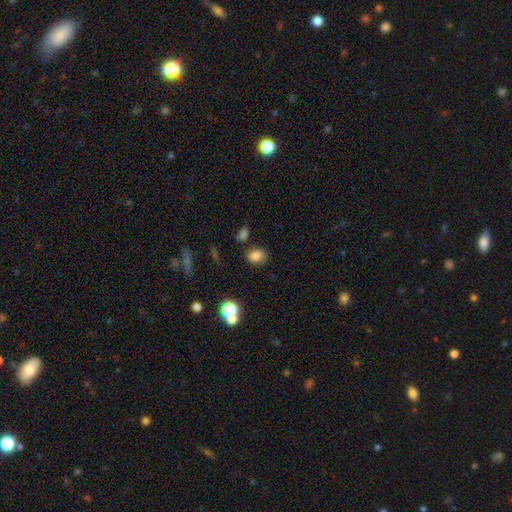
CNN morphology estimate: smooth_or_featured: smooth (p=0.81) [alt: star or artifact p=0.12]
how_rounded: in between (p=0.61) [alt: round p=0.38]
merging: none (p=0.77) [alt: minor disturbance p=0.13]